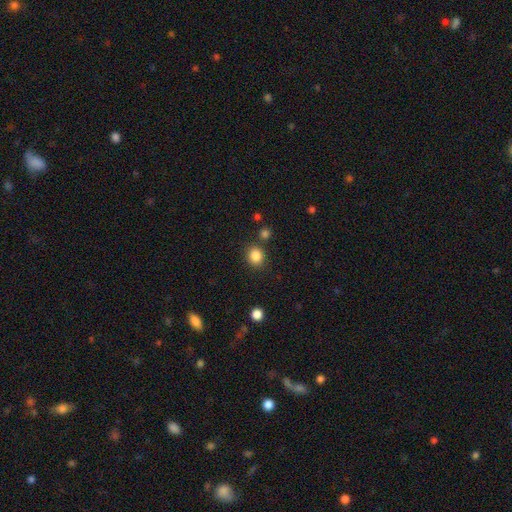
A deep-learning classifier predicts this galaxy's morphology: This is clearly a smooth galaxy (85%). How rounded: clearly round (82%). Merging: clearly none (83%).